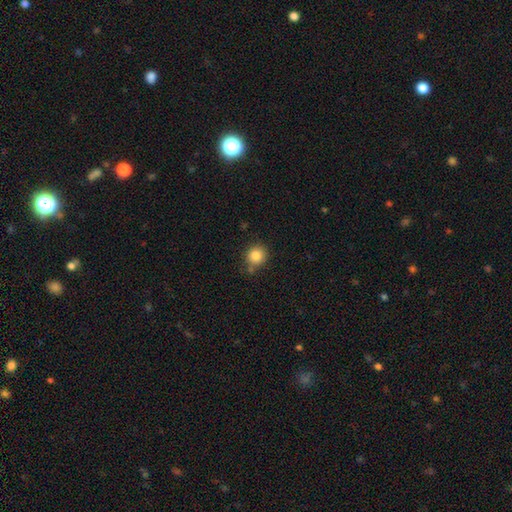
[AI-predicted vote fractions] smooth 84%, star or artifact 10%, featured or disk 5%. Down the decision tree: how rounded — round (86%); merging — none (77%).